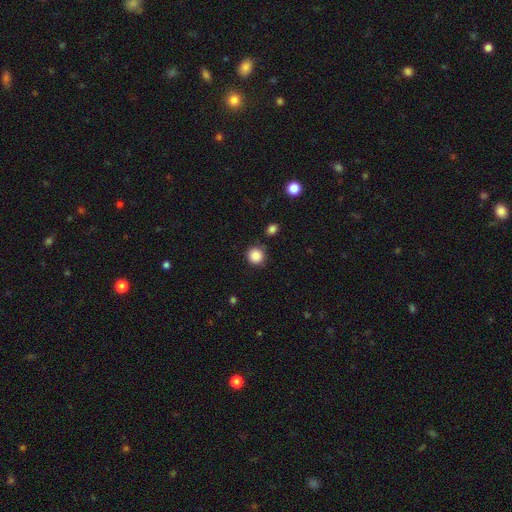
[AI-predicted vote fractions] smooth-or-featured: smooth: 87% | star or artifact: 9% | featured or disk: 3%
  how-rounded: round: 93% | in between: 6% | cigar-shaped: 1%
  merging: none: 83% | minor disturbance: 10% | merger: 4% | major disturbance: 3%